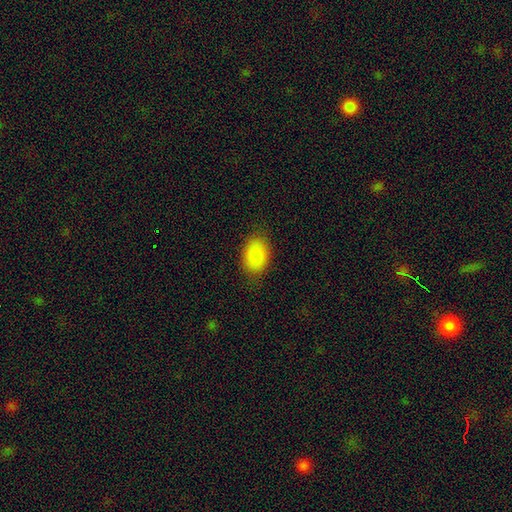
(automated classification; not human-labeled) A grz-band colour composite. It shows a smooth galaxy with no disk features (88%) that is in between round and cigar-shaped (83%). Merging: none (83%).